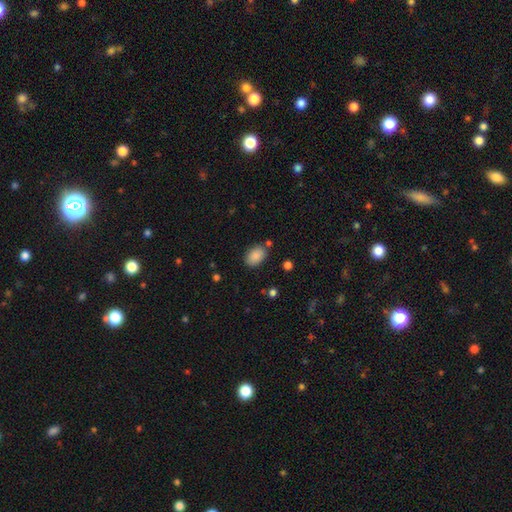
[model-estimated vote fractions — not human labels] Q: Smooth or featured?
A: smooth (88%); runner-up: star or artifact (8%)
Q: How rounded?
A: in between (86%); runner-up: round (13%)
Q: Merging?
A: none (78%); runner-up: minor disturbance (13%)